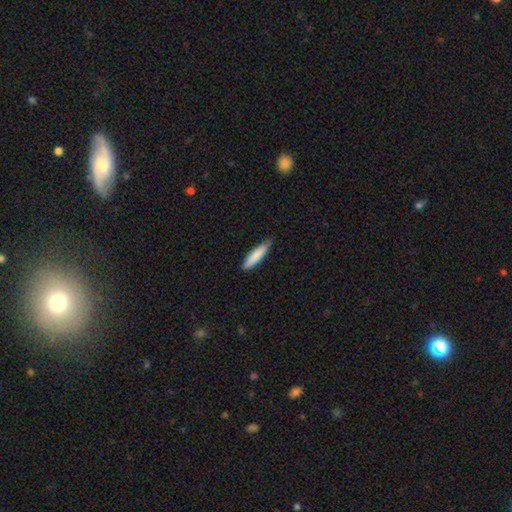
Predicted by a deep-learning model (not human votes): This is clearly a smooth galaxy (84%). How rounded: likely cigar-shaped (80%). Merging: likely none (78%).